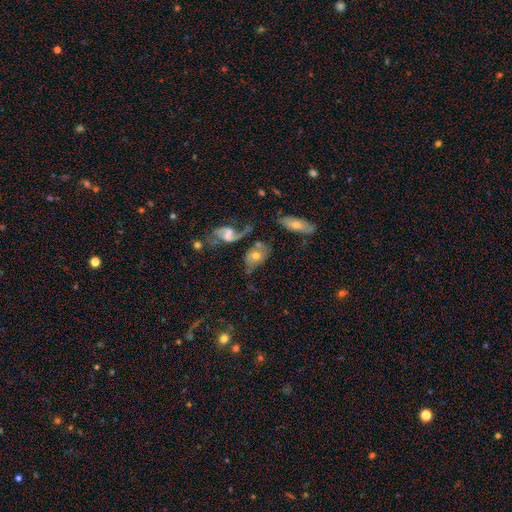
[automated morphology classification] This appears to be a smooth galaxy with no disk features (46%). Merging: none (38%).